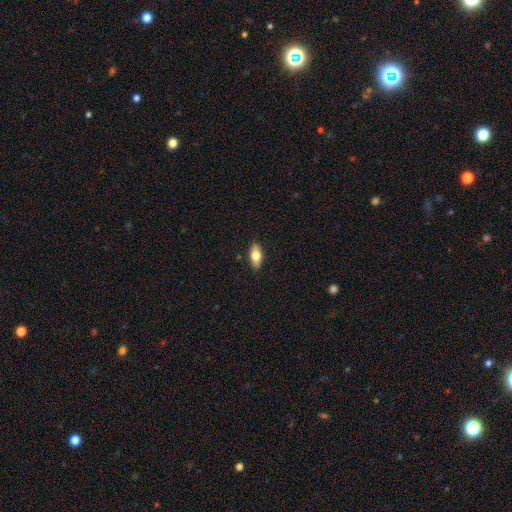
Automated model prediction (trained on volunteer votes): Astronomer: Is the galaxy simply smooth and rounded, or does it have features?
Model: smooth — 68%.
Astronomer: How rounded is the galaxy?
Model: in between — 81%.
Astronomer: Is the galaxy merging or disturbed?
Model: none — 89%.